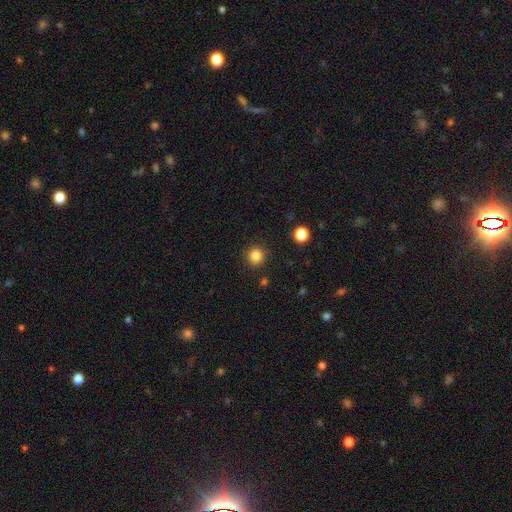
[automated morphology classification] Smooth or featured? Predicted: smooth (p=0.84). How rounded? Predicted: round (p=0.94). Merging? Predicted: none (p=0.90).